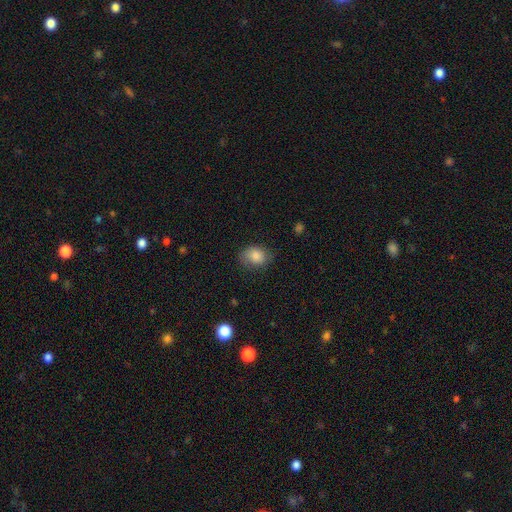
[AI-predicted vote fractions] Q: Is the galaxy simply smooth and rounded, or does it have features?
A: smooth — 79%.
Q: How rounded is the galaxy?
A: in between — 63%.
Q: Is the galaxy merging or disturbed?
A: none — 69%.